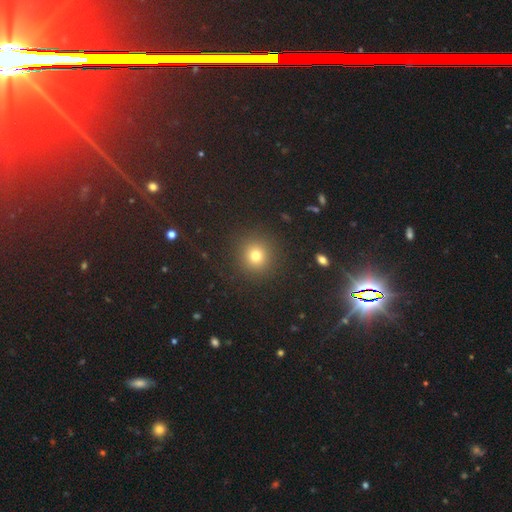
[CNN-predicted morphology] Q: Smooth or featured?
A: smooth (75%); runner-up: star or artifact (18%)
Q: How rounded?
A: round (93%); runner-up: in between (6%)
Q: Merging?
A: none (90%); runner-up: minor disturbance (6%)